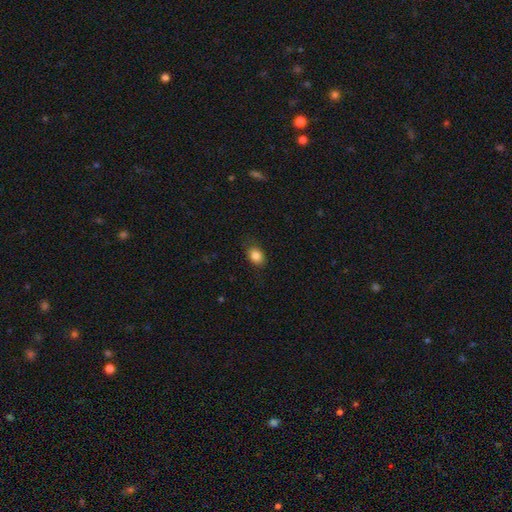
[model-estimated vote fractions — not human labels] A smooth galaxy with no disk features (85%) that is in between round and cigar-shaped (72%). Merging: none (83%).